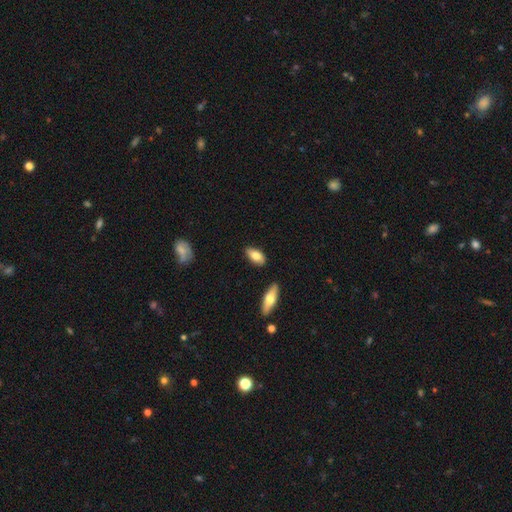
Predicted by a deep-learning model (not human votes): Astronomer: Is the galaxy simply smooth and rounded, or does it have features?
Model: smooth — 76%.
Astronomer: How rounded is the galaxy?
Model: in between — 86%.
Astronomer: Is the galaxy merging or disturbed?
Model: none — 83%.